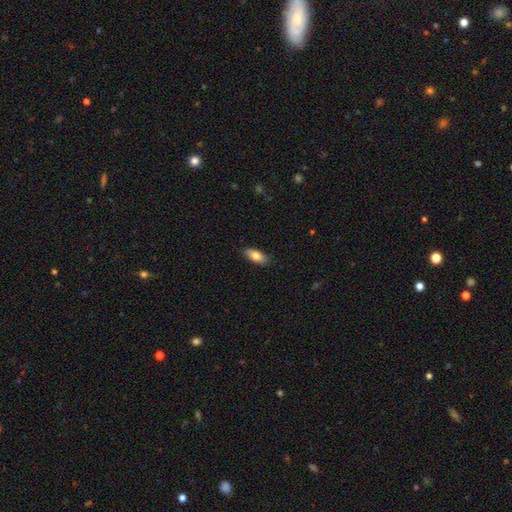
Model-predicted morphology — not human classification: A smooth galaxy with no disk features (79%) that is in between round and cigar-shaped (81%).

Vote fractions:
- Smooth or featured? smooth: 79% / featured or disk: 15% / star or artifact: 6%
- How rounded? in between: 81% / cigar-shaped: 16% / round: 3%
- Merging? none: 87% / minor disturbance: 10% / major disturbance: 2% / merger: 1%